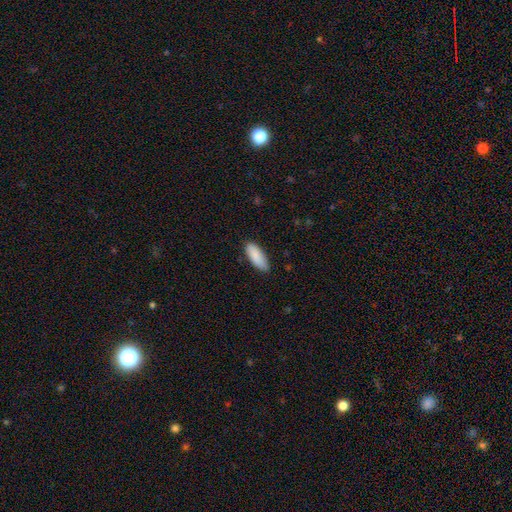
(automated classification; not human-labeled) This appears to be a smooth galaxy with no disk features (88%) that is in between round and cigar-shaped (74%). Merging: none (82%).